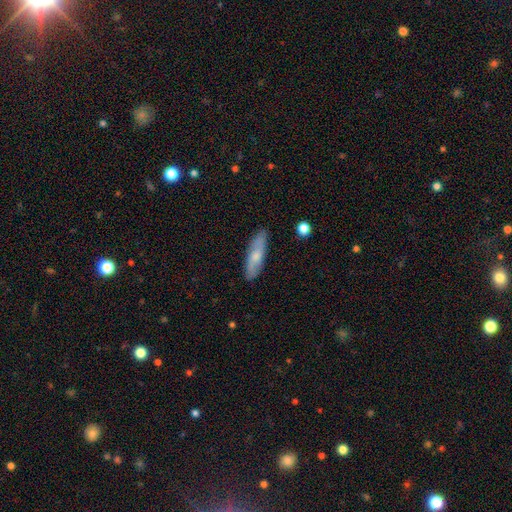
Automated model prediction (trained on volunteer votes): Smooth or featured: smooth — 57% (featured or disk — 36%)
How rounded: cigar-shaped — 60% (in between — 37%)
Merging: none — 84% (minor disturbance — 13%)